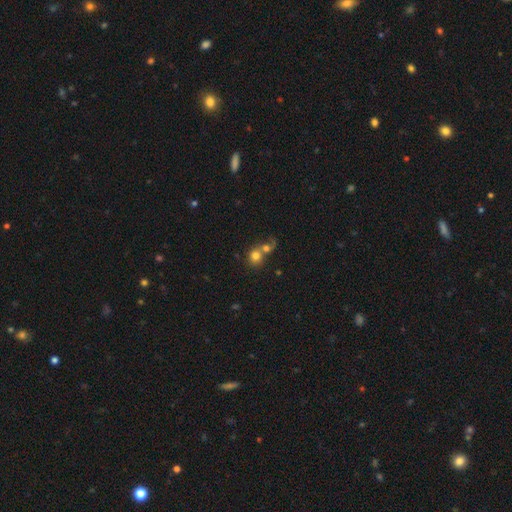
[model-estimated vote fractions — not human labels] Smooth or featured?
  - smooth: 74% *
  - featured or disk: 15%
  - star or artifact: 11%
How rounded?
  - round: 82% *
  - in between: 17%
  - cigar-shaped: 1%
Merging?
  - merger: 61% *
  - none: 28%
  - minor disturbance: 6%
  - major disturbance: 5%